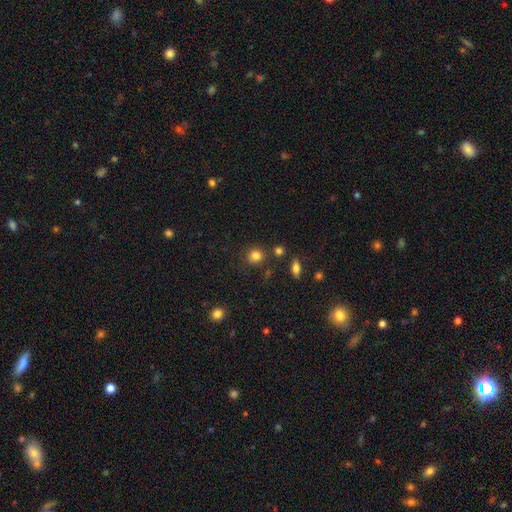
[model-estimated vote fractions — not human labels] Q: Smooth or featured?
A: smooth (82%); runner-up: star or artifact (12%)
Q: How rounded?
A: round (86%); runner-up: in between (13%)
Q: Merging?
A: none (80%); runner-up: minor disturbance (10%)